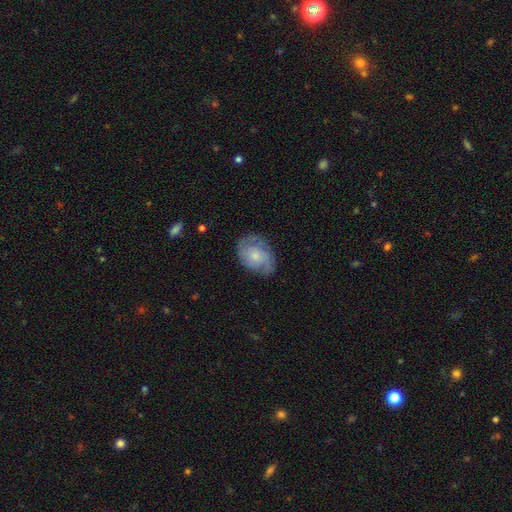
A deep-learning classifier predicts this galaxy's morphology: Overall: featured or disk (66%; smooth 27%). Edge-on disk: no (97%). Bar: no (77%). Spiral arms: yes (89%). Spiral arm count: 2 (50%; can't tell 24%). Spiral winding: tight (42%, tied with medium). Bulge size: small (61%; moderate 28%). Merging: none (71%).